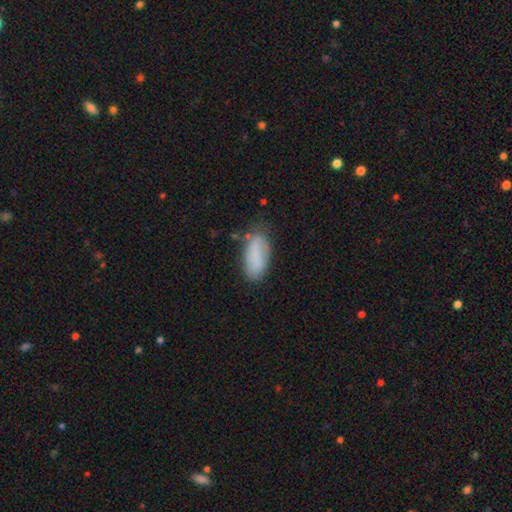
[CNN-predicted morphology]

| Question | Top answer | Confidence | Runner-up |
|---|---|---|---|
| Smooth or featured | smooth | 75% | featured or disk (18%) |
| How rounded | in between | 87% | cigar-shaped (10%) |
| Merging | none | 66% | minor disturbance (25%) |